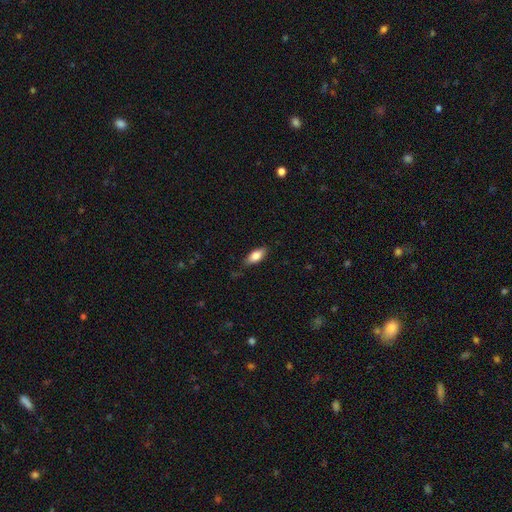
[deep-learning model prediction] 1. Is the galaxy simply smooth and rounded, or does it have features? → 80% smooth, 13% featured or disk, 7% star or artifact.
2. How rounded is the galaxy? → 82% in between, 15% cigar-shaped, 3% round.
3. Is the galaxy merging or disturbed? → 77% none, 18% minor disturbance, 4% major disturbance, 1% merger.